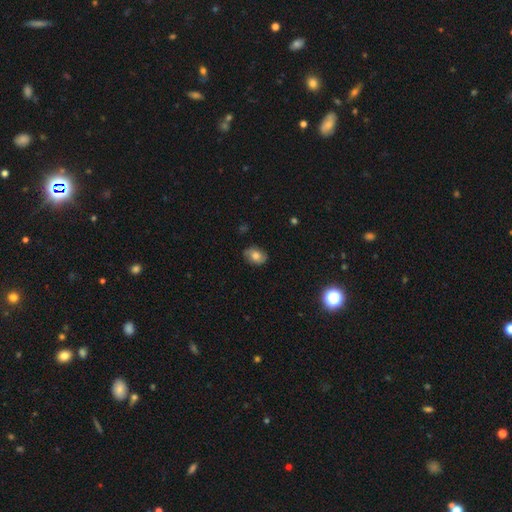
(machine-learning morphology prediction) Smooth or featured?
  - smooth: 52% *
  - featured or disk: 38%
  - star or artifact: 10%
How rounded?
  - in between: 69% *
  - round: 30%
  - cigar-shaped: 1%
Merging?
  - none: 78% *
  - minor disturbance: 17%
  - major disturbance: 4%
  - merger: 1%